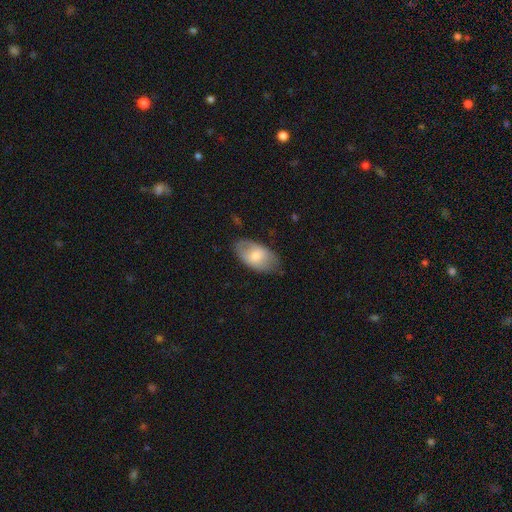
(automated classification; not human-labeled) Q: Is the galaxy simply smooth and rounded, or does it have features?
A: smooth — 67%.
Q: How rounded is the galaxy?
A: in between — 93%.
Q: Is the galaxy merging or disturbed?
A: none — 69%.